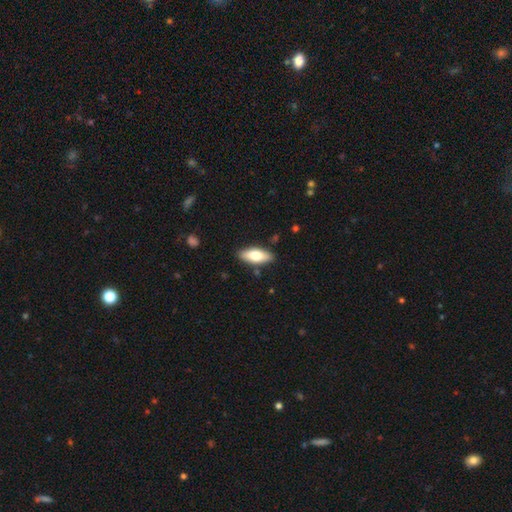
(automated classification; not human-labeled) The model was most divided on "smooth or featured": smooth: 70%, featured or disk: 24%, star or artifact: 6%. More confident: merging — none (86%); how rounded — in between (78%).